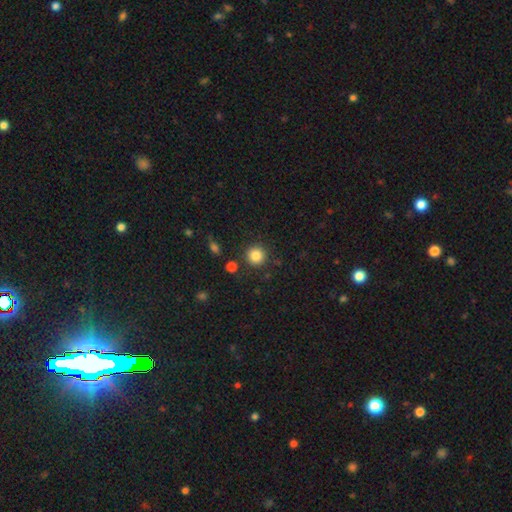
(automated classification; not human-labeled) smooth-or-featured: smooth: 85% | star or artifact: 11% | featured or disk: 4%
  how-rounded: round: 94% | in between: 5% | cigar-shaped: 1%
  merging: none: 88% | minor disturbance: 7% | merger: 3% | major disturbance: 3%